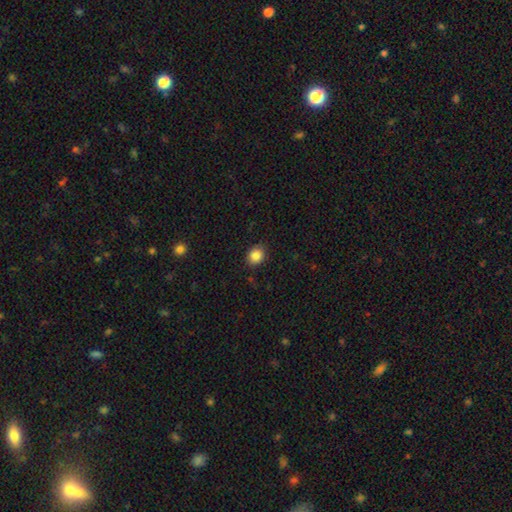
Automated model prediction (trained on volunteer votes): The model was most divided on "how rounded": round: 70%, in between: 29%, cigar-shaped: 1%. More confident: merging — none (88%); smooth or featured — smooth (86%).